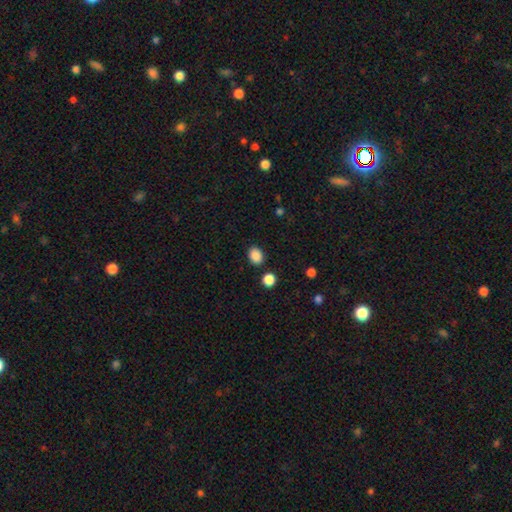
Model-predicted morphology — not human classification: smooth_or_featured: smooth (p=0.88) [alt: star or artifact p=0.09]
how_rounded: in between (p=0.51) [alt: round p=0.48]
merging: none (p=0.85) [alt: minor disturbance p=0.09]